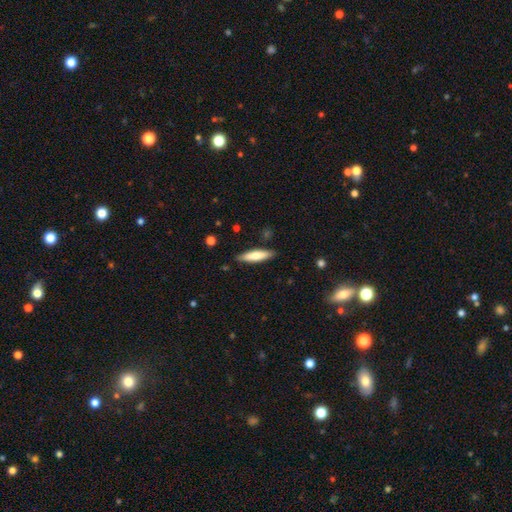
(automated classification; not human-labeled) Smooth or featured: smooth — 69% (featured or disk — 25%)
How rounded: cigar-shaped — 74% (in between — 25%)
Merging: none — 87% (minor disturbance — 10%)